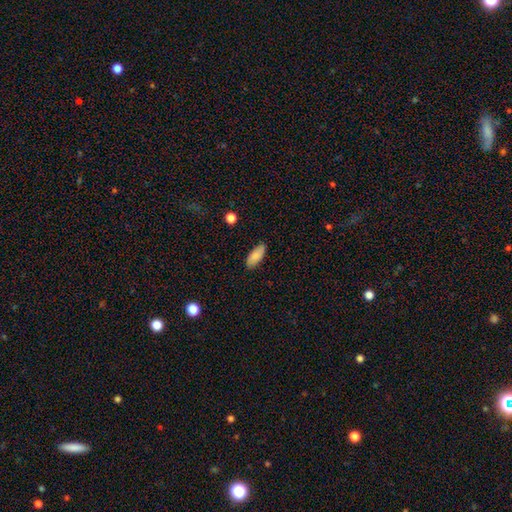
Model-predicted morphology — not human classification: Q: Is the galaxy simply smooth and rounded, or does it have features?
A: smooth — 86%.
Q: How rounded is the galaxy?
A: in between — 85%.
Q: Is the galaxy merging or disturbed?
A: none — 85%.